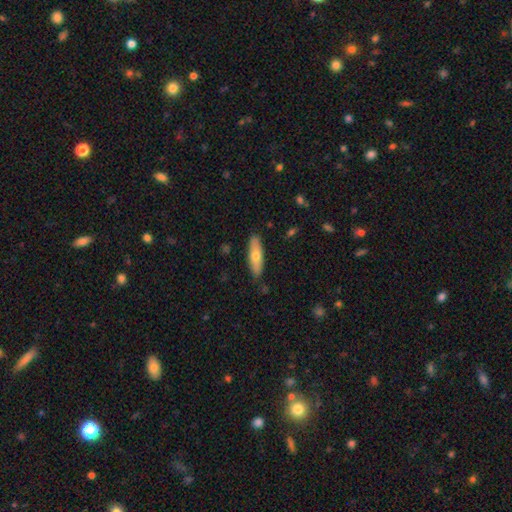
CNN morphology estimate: Q: Smooth or featured?
A: smooth (62%); runner-up: featured or disk (32%)
Q: How rounded?
A: cigar-shaped (56%); runner-up: in between (42%)
Q: Merging?
A: none (86%); runner-up: minor disturbance (11%)